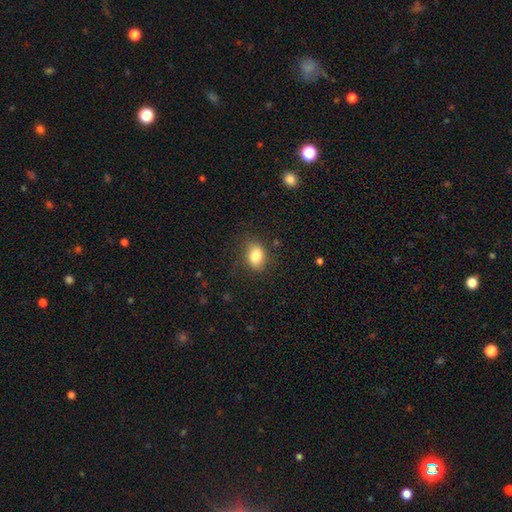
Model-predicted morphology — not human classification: Overall: smooth (83%). How rounded: in between (75%). Merging: none (78%).